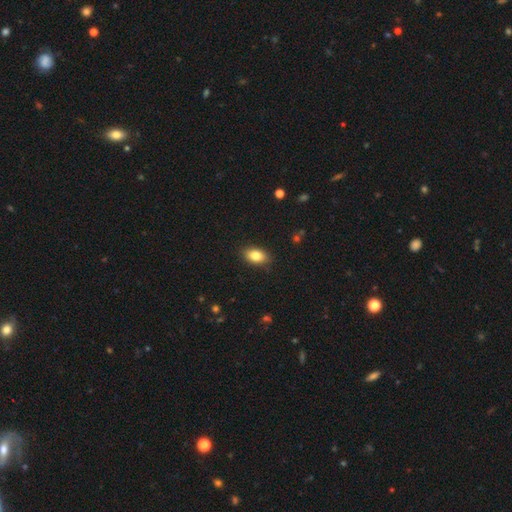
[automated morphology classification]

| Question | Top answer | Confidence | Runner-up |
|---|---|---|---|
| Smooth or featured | smooth | 84% | featured or disk (8%) |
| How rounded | in between | 88% | round (9%) |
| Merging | none | 87% | minor disturbance (9%) |